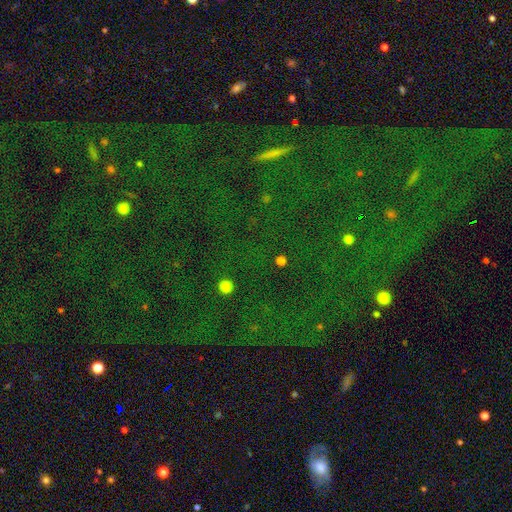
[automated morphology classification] This appears to be a star or artifact, not a galaxy (74%).